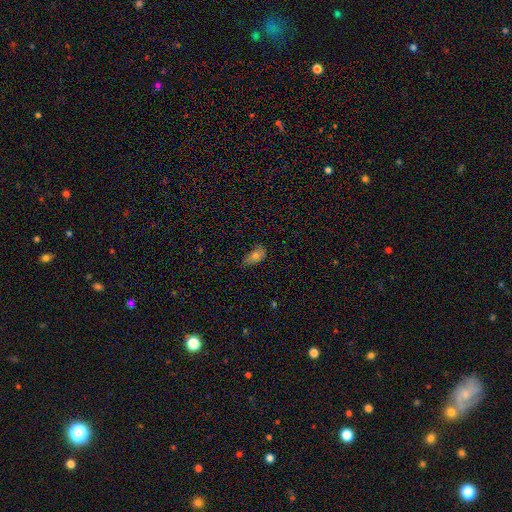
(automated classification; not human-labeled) A smooth galaxy with no disk features (74%) that is in between round and cigar-shaped (88%). Merging: none (53%).